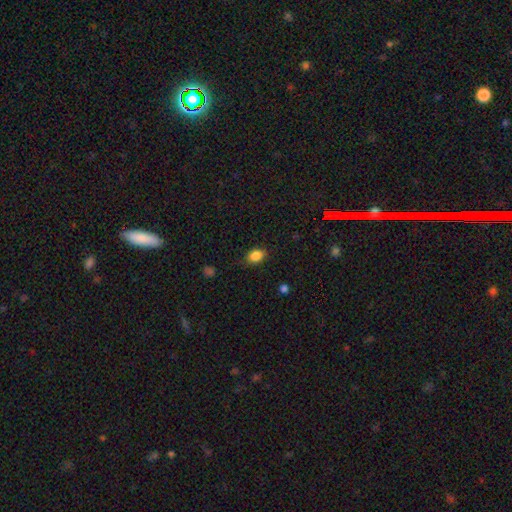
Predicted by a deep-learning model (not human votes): The model was most divided on "how rounded": in between: 71%, round: 27%, cigar-shaped: 1%. More confident: smooth or featured — smooth (86%); merging — none (77%).